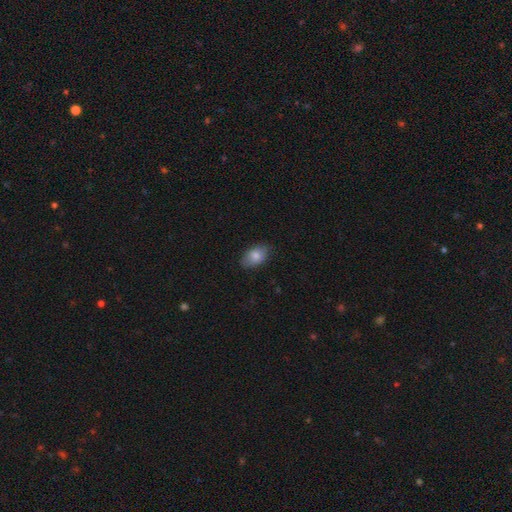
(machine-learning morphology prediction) Smooth or featured: smooth — 81% (featured or disk — 12%)
How rounded: in between — 88% (round — 10%)
Merging: none — 80% (minor disturbance — 16%)